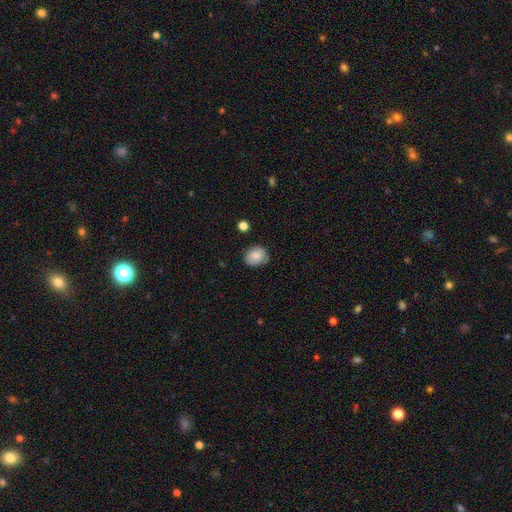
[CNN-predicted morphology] type=smooth (81%); roundness=round (59%); merging=none (70%).